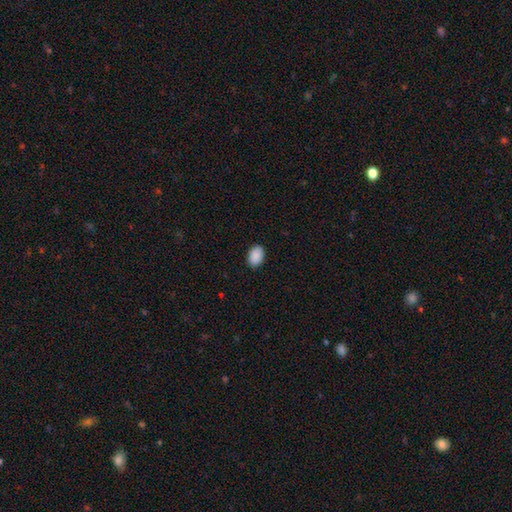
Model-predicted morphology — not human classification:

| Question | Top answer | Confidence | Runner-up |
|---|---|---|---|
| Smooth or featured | smooth | 91% | star or artifact (7%) |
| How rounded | in between | 87% | round (12%) |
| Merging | none | 90% | minor disturbance (8%) |